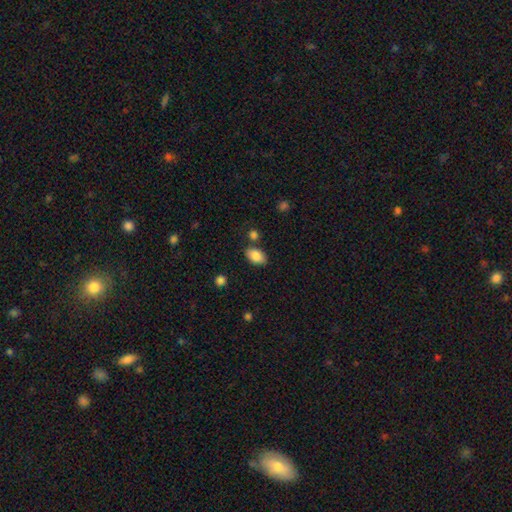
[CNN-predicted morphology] Smooth or featured? smooth (86%)
How rounded? in between (90%)
Merging? none (78%)